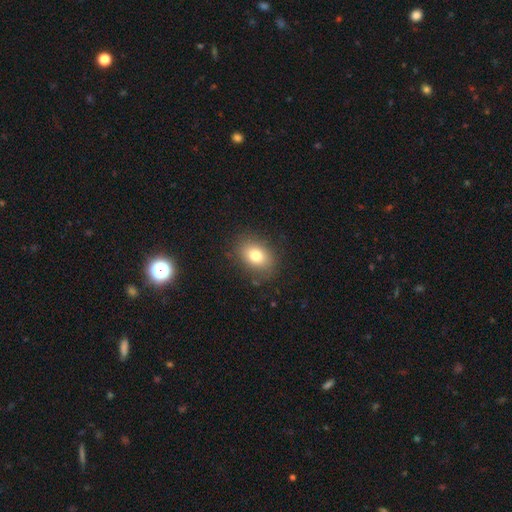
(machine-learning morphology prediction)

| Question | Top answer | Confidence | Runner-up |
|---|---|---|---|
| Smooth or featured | smooth | 79% | featured or disk (11%) |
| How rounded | in between | 71% | round (28%) |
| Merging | none | 83% | minor disturbance (12%) |